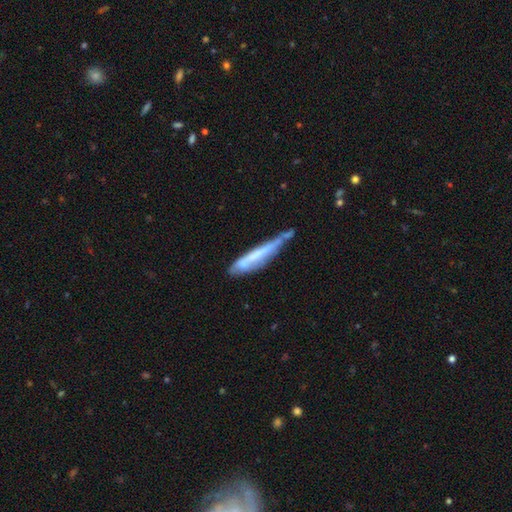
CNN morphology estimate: Smooth or featured? featured or disk (47%)
Merging? none (43%)